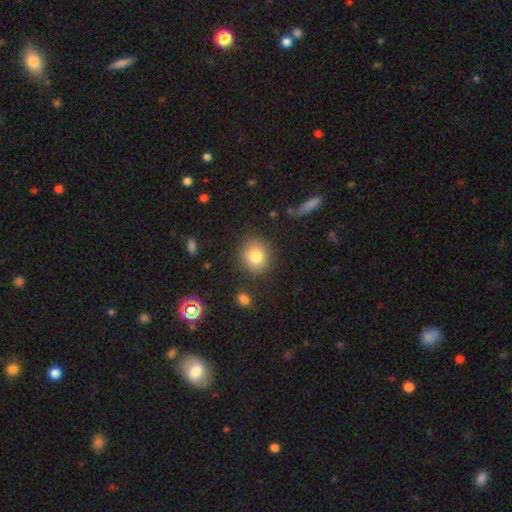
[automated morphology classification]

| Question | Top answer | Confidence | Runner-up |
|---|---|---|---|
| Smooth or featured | smooth | 81% | star or artifact (10%) |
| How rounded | round | 77% | in between (22%) |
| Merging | none | 84% | minor disturbance (10%) |